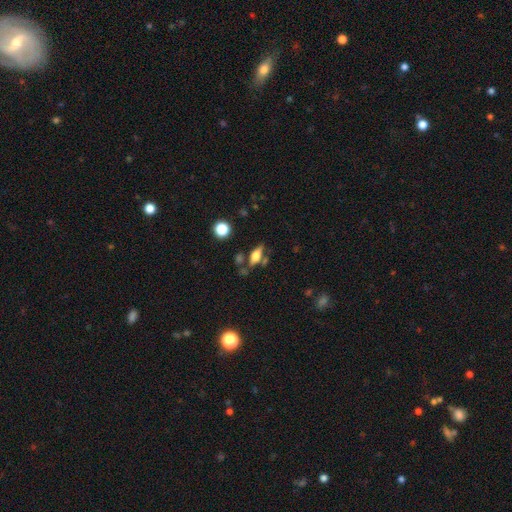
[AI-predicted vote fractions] Morphology: type=smooth (51%); roundness=in between (66%); merging=none (61%).